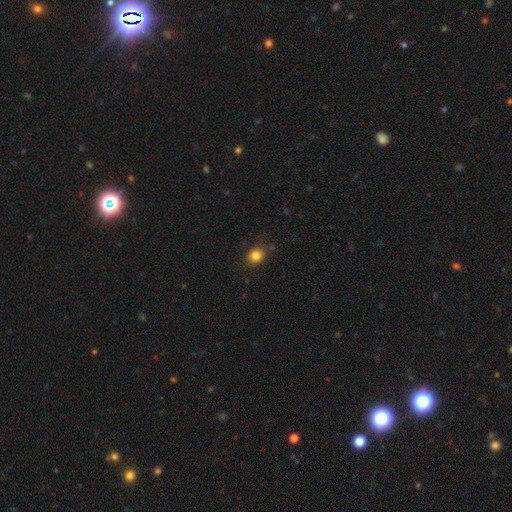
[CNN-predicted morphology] Smooth or featured? Predicted: smooth (p=0.84). How rounded? Predicted: round (p=0.68). Merging? Predicted: none (p=0.81).